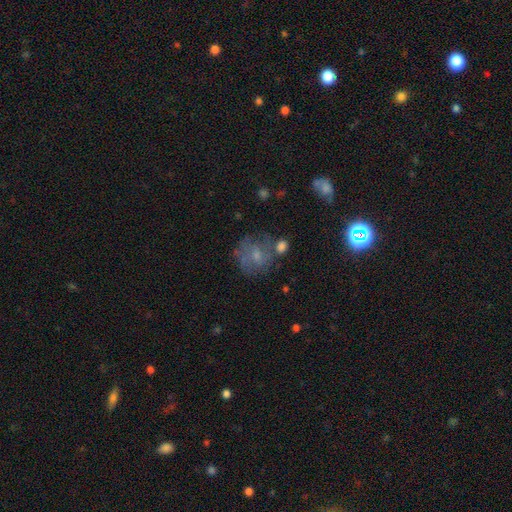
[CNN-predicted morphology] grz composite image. It shows a smooth galaxy with no disk features (55%) that is round (75%). Merging: none (49%).